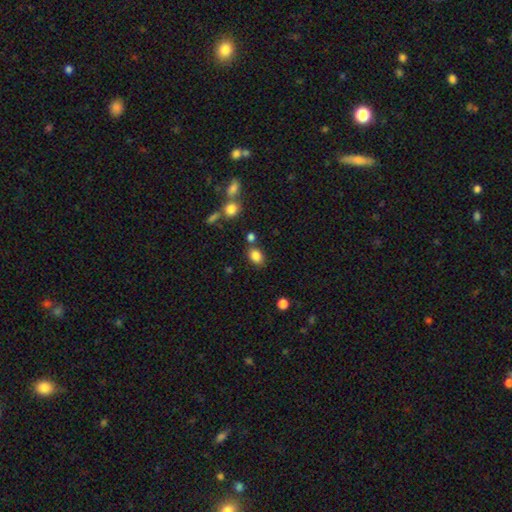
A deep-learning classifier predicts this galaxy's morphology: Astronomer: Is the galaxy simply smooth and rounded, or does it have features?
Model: smooth — 84%.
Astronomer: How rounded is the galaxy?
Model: in between — 69%.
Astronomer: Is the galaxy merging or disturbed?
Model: none — 73%.